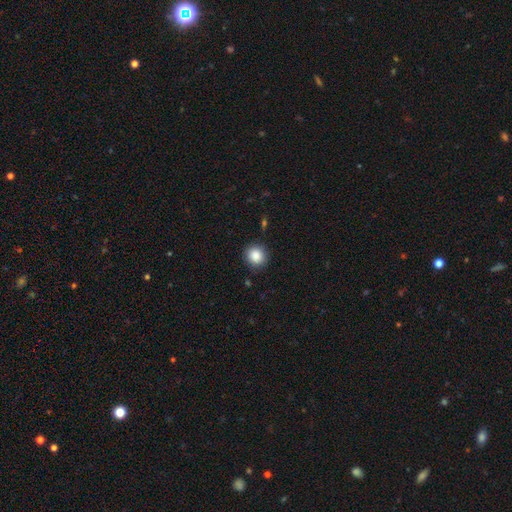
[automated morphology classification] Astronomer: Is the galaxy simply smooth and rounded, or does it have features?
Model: smooth — 86%.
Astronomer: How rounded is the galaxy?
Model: round — 88%.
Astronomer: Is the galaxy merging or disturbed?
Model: none — 88%.